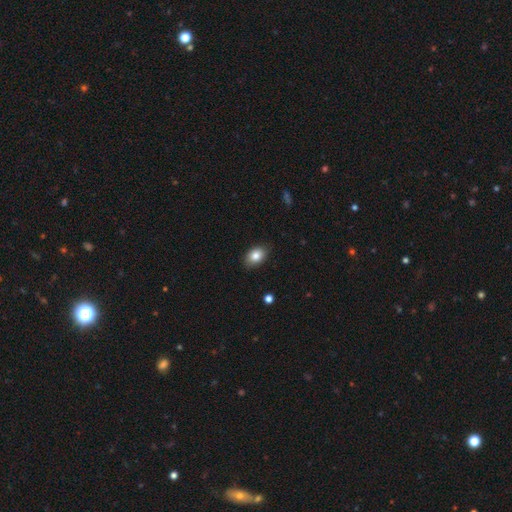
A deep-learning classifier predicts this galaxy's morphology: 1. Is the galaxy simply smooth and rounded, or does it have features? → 84% smooth, 8% star or artifact, 8% featured or disk.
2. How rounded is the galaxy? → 81% in between, 18% round, 1% cigar-shaped.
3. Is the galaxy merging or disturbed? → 85% none, 12% minor disturbance, 2% major disturbance, 1% merger.